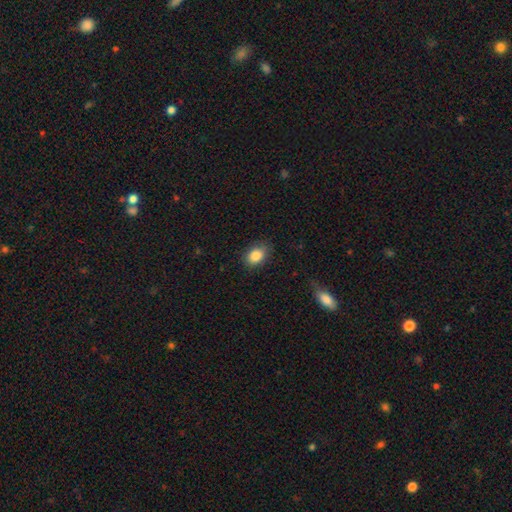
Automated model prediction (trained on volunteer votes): A smooth galaxy with no disk features (87%) that is in between round and cigar-shaped (80%).

Vote fractions:
- Smooth or featured? smooth: 87% / star or artifact: 8% / featured or disk: 5%
- How rounded? in between: 80% / round: 18% / cigar-shaped: 1%
- Merging? none: 82% / minor disturbance: 14% / major disturbance: 3% / merger: 1%